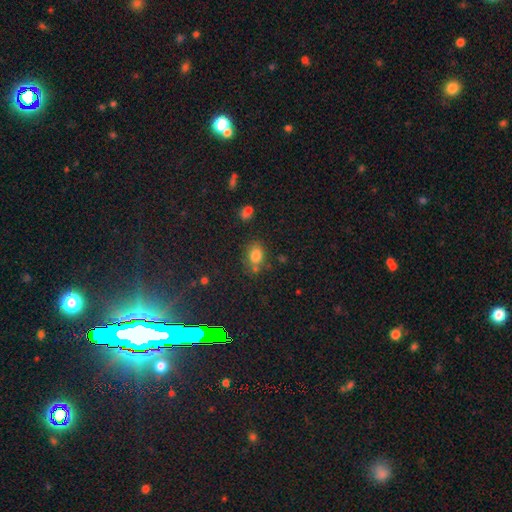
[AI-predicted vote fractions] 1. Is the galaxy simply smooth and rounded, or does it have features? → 78% smooth, 14% star or artifact, 8% featured or disk.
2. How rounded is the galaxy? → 61% in between, 37% round, 1% cigar-shaped.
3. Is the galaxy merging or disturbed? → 66% none, 18% minor disturbance, 11% merger, 5% major disturbance.